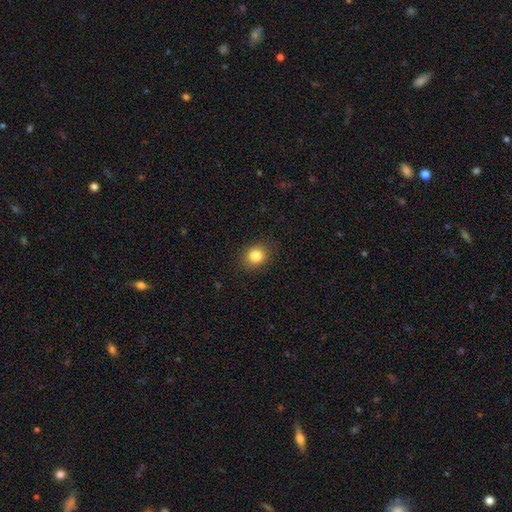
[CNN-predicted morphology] A smooth galaxy with no disk features (84%) that is round (71%).

Vote fractions:
- Smooth or featured? smooth: 84% / star or artifact: 11% / featured or disk: 6%
- How rounded? round: 71% / in between: 29% / cigar-shaped: 1%
- Merging? none: 88% / minor disturbance: 8% / major disturbance: 3% / merger: 1%